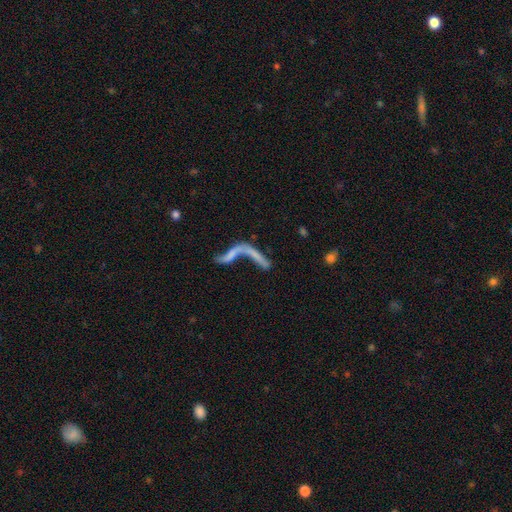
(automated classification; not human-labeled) smooth-or-featured: featured or disk: 48% | smooth: 41% | star or artifact: 12%
  merging: merger: 50% | major disturbance: 22% | none: 19% | minor disturbance: 9%